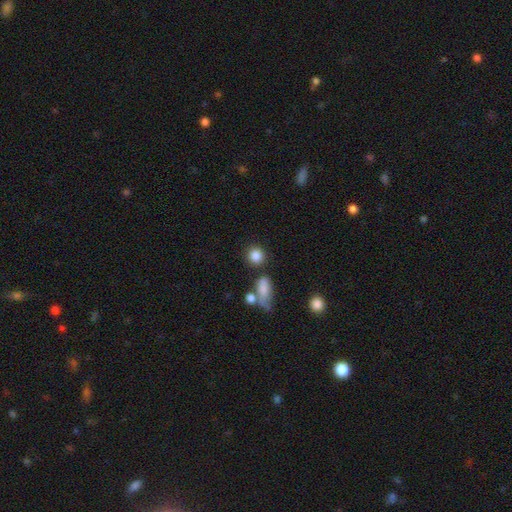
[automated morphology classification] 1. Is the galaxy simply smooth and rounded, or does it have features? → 84% smooth, 10% star or artifact, 6% featured or disk.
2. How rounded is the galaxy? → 84% round, 14% in between, 2% cigar-shaped.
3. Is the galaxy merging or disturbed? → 73% none, 11% merger, 11% minor disturbance, 5% major disturbance.